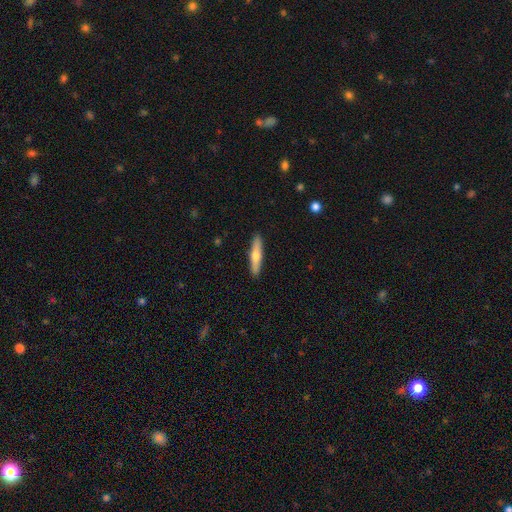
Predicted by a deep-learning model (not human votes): smooth-or-featured: smooth: 53% | featured or disk: 41% | star or artifact: 5%
  how-rounded: cigar-shaped: 85% | in between: 14% | round: 2%
  merging: none: 91% | minor disturbance: 6% | major disturbance: 1% | merger: 1%